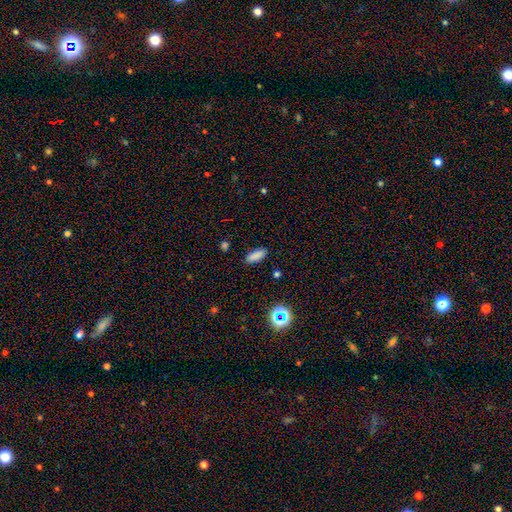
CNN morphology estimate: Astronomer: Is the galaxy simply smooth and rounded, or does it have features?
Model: smooth — 83%.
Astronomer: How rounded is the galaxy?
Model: in between — 68%.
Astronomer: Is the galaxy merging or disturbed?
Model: none — 87%.